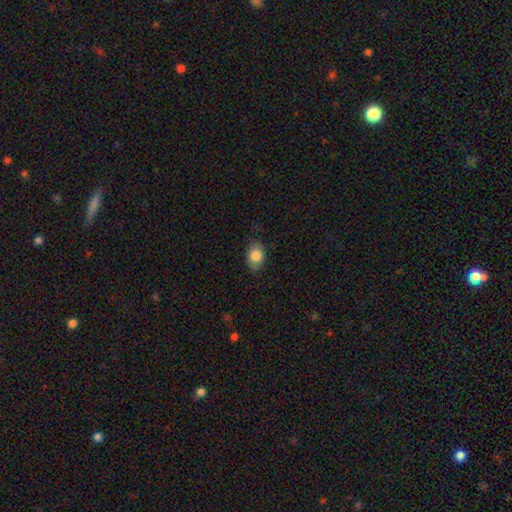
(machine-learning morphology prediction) The model was most divided on "how rounded": in between: 72%, round: 27%, cigar-shaped: 1%. More confident: smooth or featured — smooth (83%); merging — none (77%).